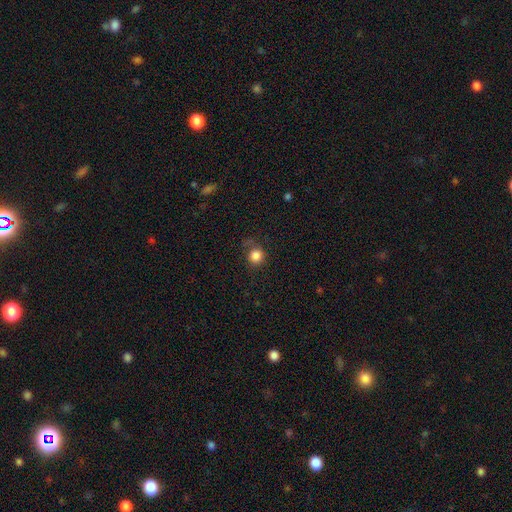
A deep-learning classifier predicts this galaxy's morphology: The model was most divided on "merging": none: 76%, minor disturbance: 16%, major disturbance: 7%, merger: 2%. More confident: how rounded — round (91%); smooth or featured — smooth (84%).